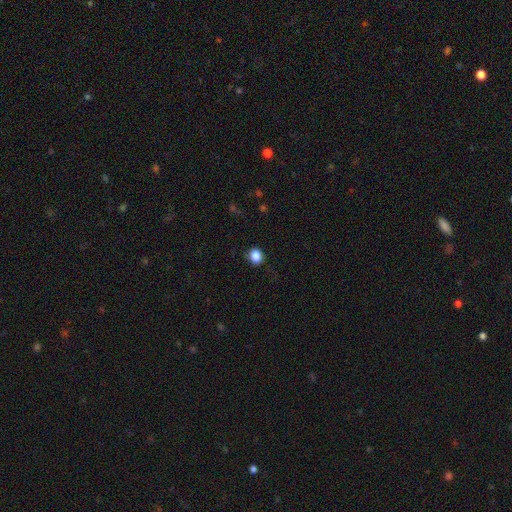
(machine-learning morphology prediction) Smooth or featured?
  - smooth: 87% *
  - star or artifact: 10%
  - featured or disk: 3%
How rounded?
  - round: 70% *
  - in between: 29%
  - cigar-shaped: 1%
Merging?
  - none: 82% *
  - minor disturbance: 14%
  - major disturbance: 4%
  - merger: 1%